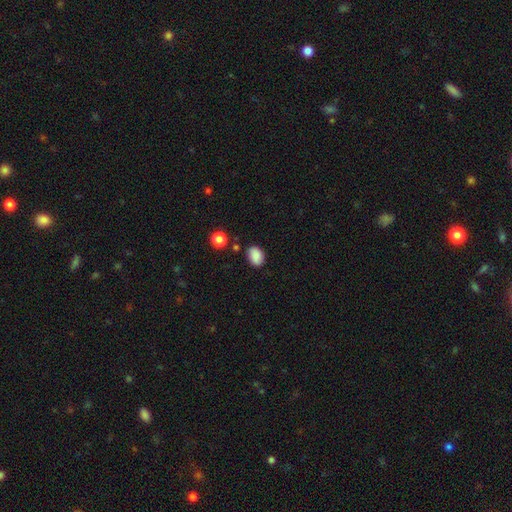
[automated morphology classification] smooth_or_featured: smooth (p=0.86) [alt: star or artifact p=0.09]
how_rounded: in between (p=0.78) [alt: round p=0.21]
merging: none (p=0.79) [alt: minor disturbance p=0.14]